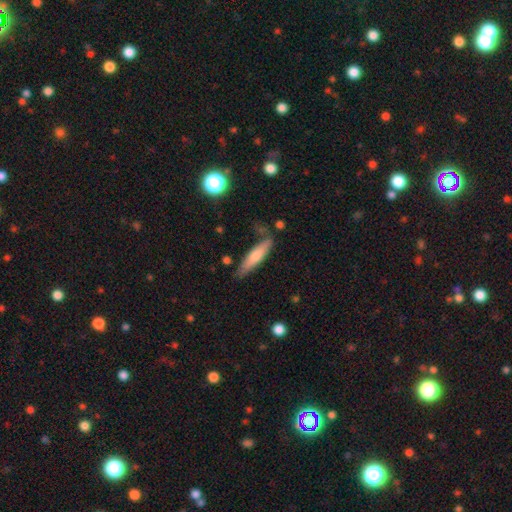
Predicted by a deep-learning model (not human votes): Morphology: type=smooth (67%); roundness=cigar-shaped (78%); merging=none (75%).